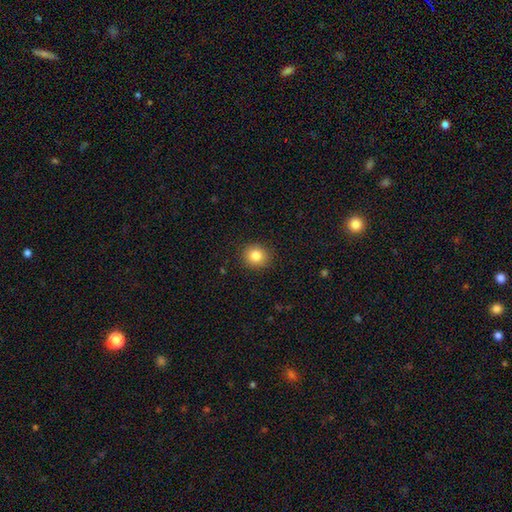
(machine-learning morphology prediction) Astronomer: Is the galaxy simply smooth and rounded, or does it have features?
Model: smooth — 84%.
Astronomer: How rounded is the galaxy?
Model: round — 85%.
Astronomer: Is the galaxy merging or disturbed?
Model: none — 90%.